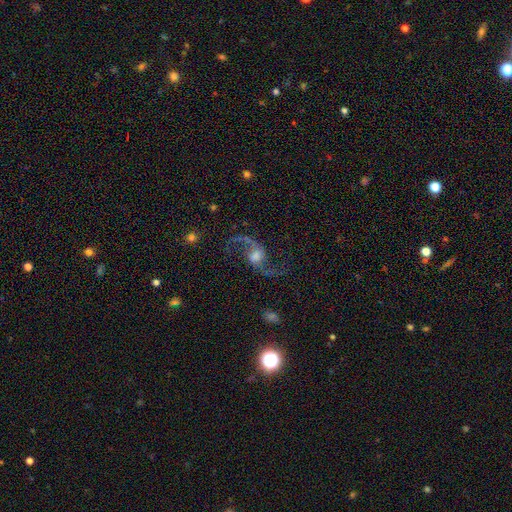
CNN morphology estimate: The model was most divided on "bar": no: 48%, weak: 39%, strong: 13%. Remaining: spiral arms — yes (97%); edge-on disk — no (97%); spiral arm count — 2 (94%); smooth or featured — featured or disk (88%); spiral winding — loose (85%); merging — none (75%); bulge size — moderate (46%).